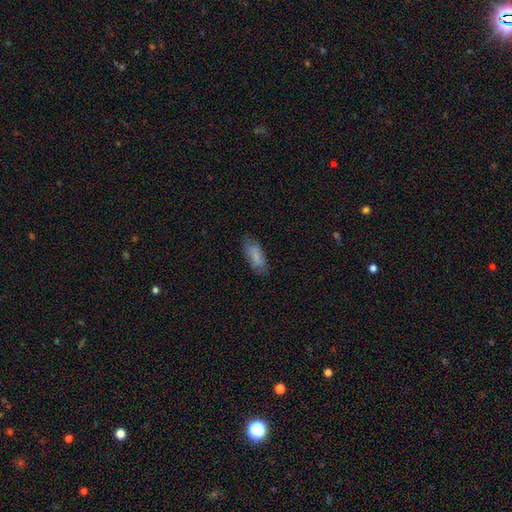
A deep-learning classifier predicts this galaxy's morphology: This is clearly a smooth galaxy (81%). How rounded: likely in between (77%). Merging: likely none (77%).